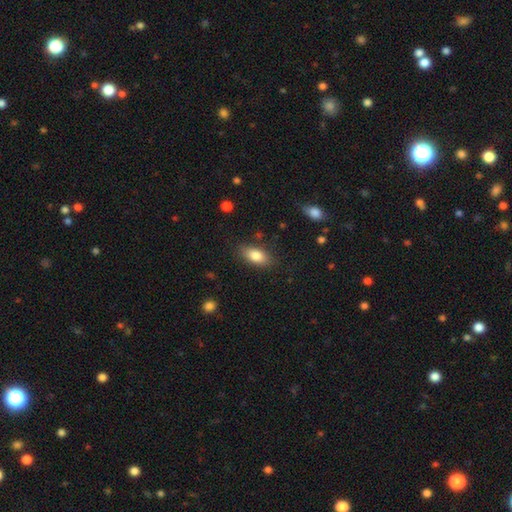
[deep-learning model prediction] Overall: smooth (83%). How rounded: in between (88%). Merging: none (83%).